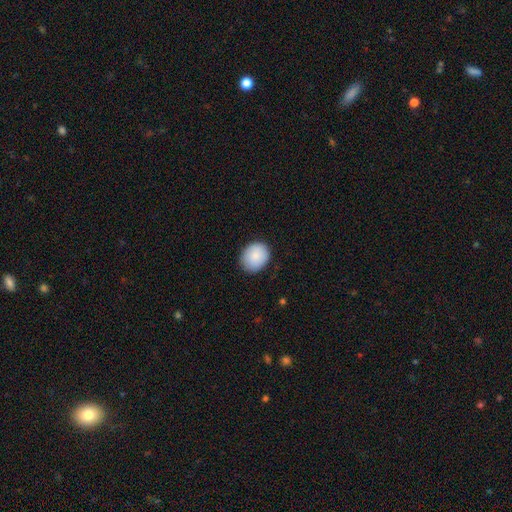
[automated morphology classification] The model was most divided on "how rounded": round: 60%, in between: 40%, cigar-shaped: 1%. More confident: smooth or featured — smooth (86%); merging — none (86%).